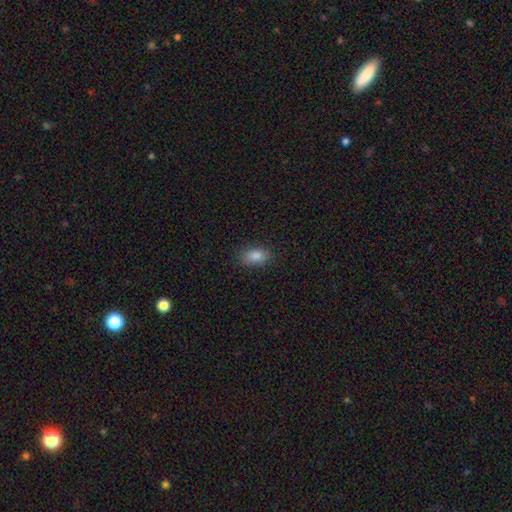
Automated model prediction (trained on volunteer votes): This is clearly a smooth galaxy (84%). How rounded: clearly in between (88%). Merging: clearly none (86%).